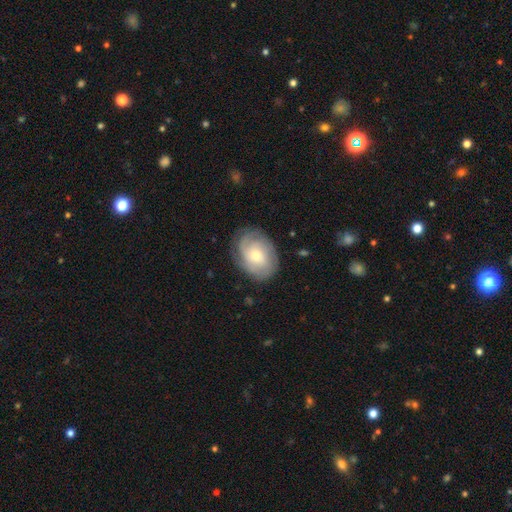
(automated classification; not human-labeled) Smooth or featured: featured or disk — 60% (smooth — 34%)
Edge-on disk: no — 96% (yes — 4%)
Bar: no — 78% (weak — 19%)
Spiral arms: yes — 86% (no — 14%)
Bulge size: moderate — 50% (small — 43%)
Merging: none — 76% (minor disturbance — 17%)